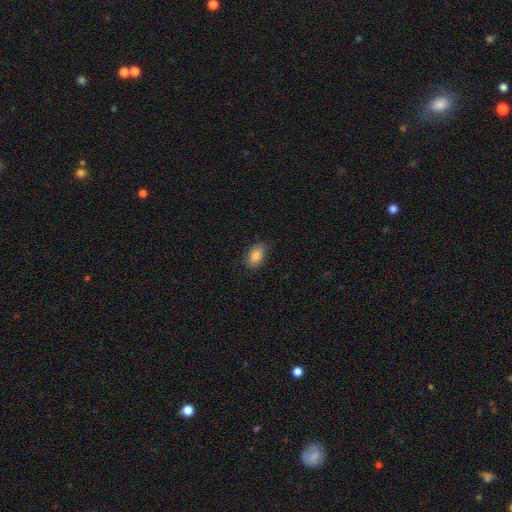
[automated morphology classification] smooth_or_featured: smooth (p=0.86) [alt: star or artifact p=0.07]
how_rounded: in between (p=0.88) [alt: round p=0.11]
merging: none (p=0.77) [alt: minor disturbance p=0.19]